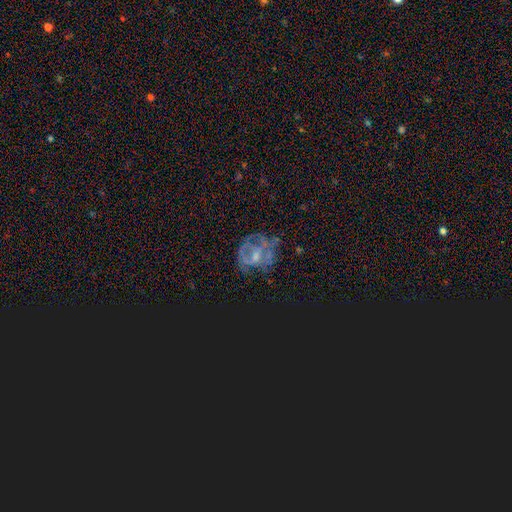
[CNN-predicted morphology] Overall: featured or disk (54%; star or artifact 24%). Edge-on disk: no (97%). Bar: no (65%; weak 27%). Spiral arms: no (60%; yes 40%). Bulge size: small (40%; moderate 36%). Merging: none (49%; major disturbance 27%).